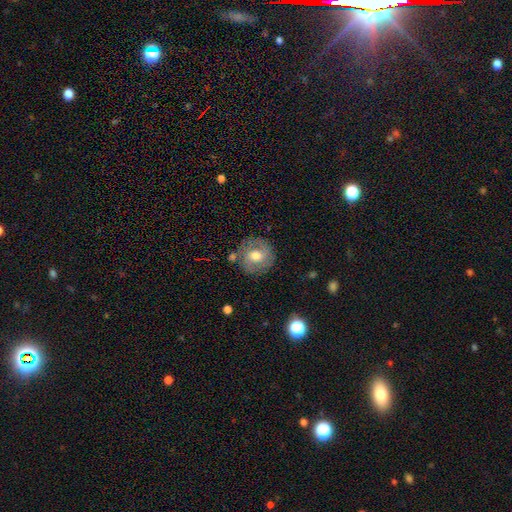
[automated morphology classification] Smooth or featured? smooth (46%)
Merging? none (78%)